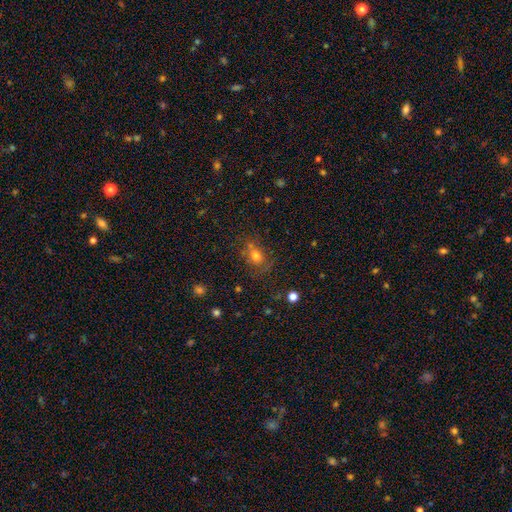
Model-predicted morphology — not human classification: Smooth or featured?
  - smooth: 67% *
  - star or artifact: 19%
  - featured or disk: 14%
How rounded?
  - round: 57% *
  - in between: 41%
  - cigar-shaped: 2%
Merging?
  - none: 63% *
  - minor disturbance: 19%
  - major disturbance: 9%
  - merger: 9%